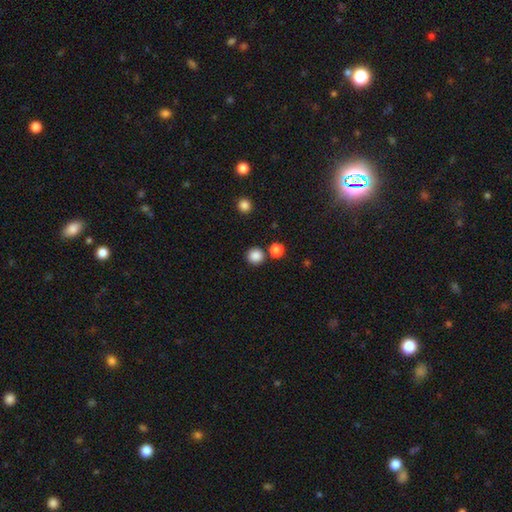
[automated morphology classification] Q: Smooth or featured?
A: smooth (86%); runner-up: star or artifact (11%)
Q: How rounded?
A: round (94%); runner-up: in between (5%)
Q: Merging?
A: none (83%); runner-up: merger (9%)